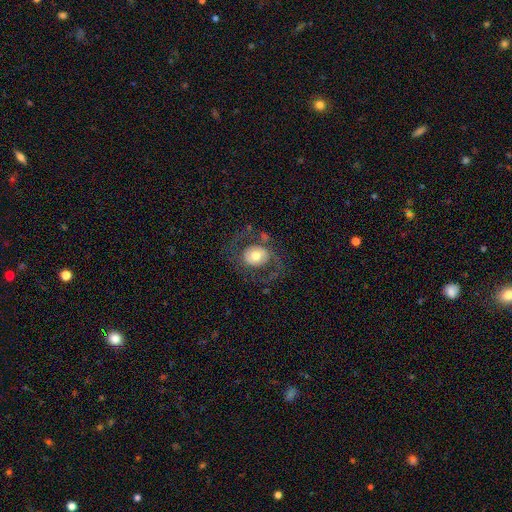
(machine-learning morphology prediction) Smooth or featured: featured or disk — 48% (smooth — 44%)
Merging: none — 64% (major disturbance — 19%)